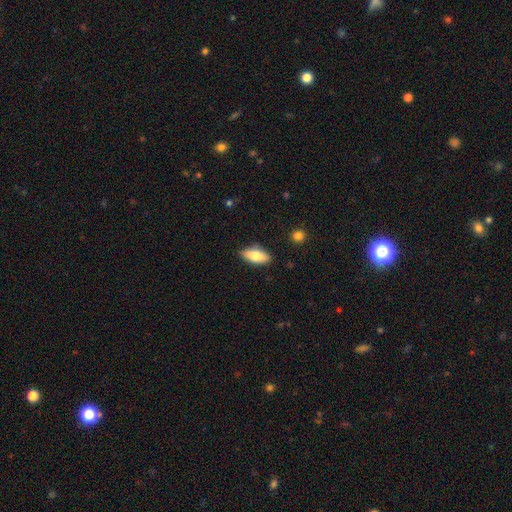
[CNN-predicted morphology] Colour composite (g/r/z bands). It shows a smooth galaxy with no disk features (75%) that is in between round and cigar-shaped (85%). Merging: none (85%).